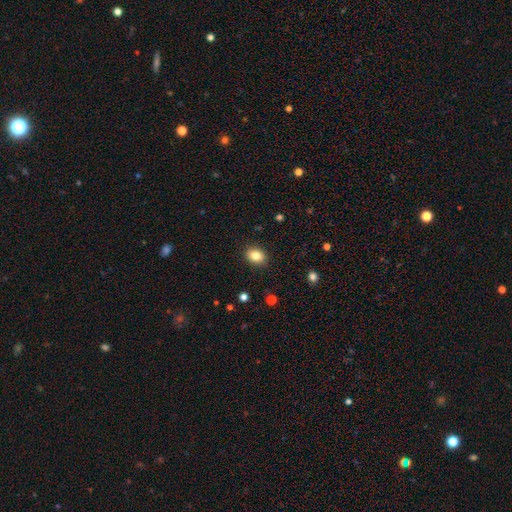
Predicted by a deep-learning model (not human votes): The model was most divided on "how rounded": in between: 64%, round: 35%, cigar-shaped: 1%. More confident: merging — none (89%); smooth or featured — smooth (84%).